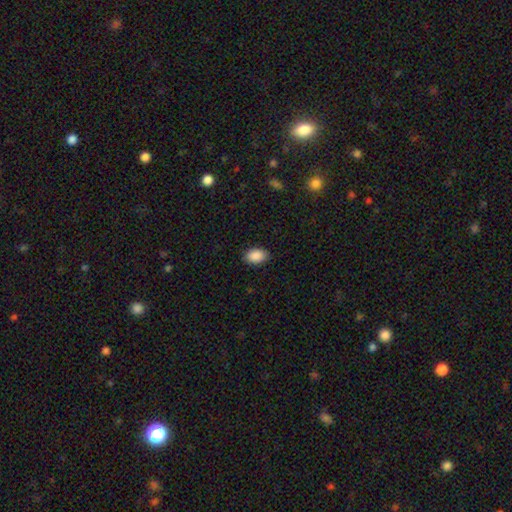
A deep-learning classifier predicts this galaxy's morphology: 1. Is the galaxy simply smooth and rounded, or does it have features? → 90% smooth, 7% star or artifact, 3% featured or disk.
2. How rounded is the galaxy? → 88% in between, 11% round, 1% cigar-shaped.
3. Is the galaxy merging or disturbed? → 87% none, 10% minor disturbance, 2% major disturbance, 1% merger.